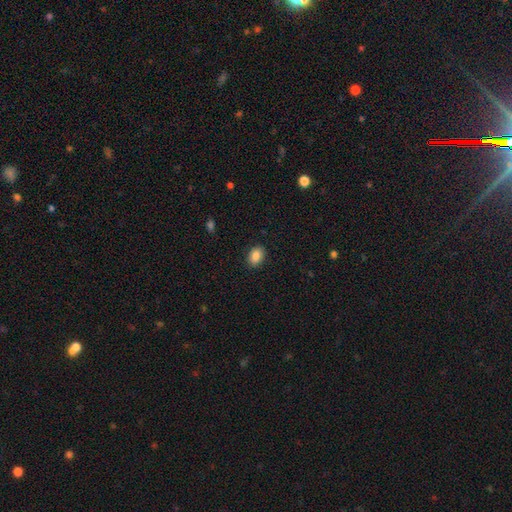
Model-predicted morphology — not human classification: Q: Smooth or featured?
A: smooth (87%); runner-up: star or artifact (8%)
Q: How rounded?
A: in between (80%); runner-up: round (18%)
Q: Merging?
A: none (89%); runner-up: minor disturbance (8%)